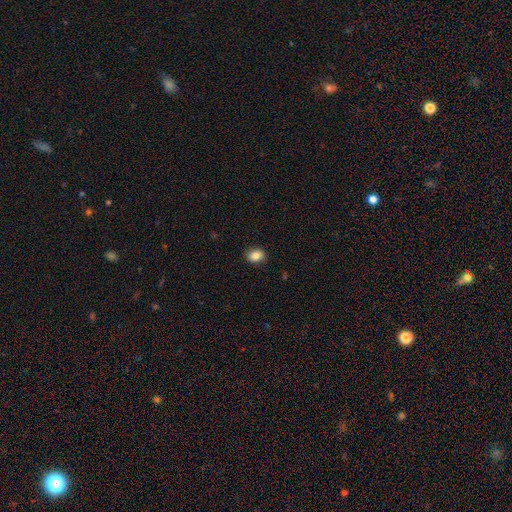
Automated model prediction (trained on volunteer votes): This is clearly a smooth galaxy (87%). How rounded: likely in between (66%). Merging: clearly none (88%).